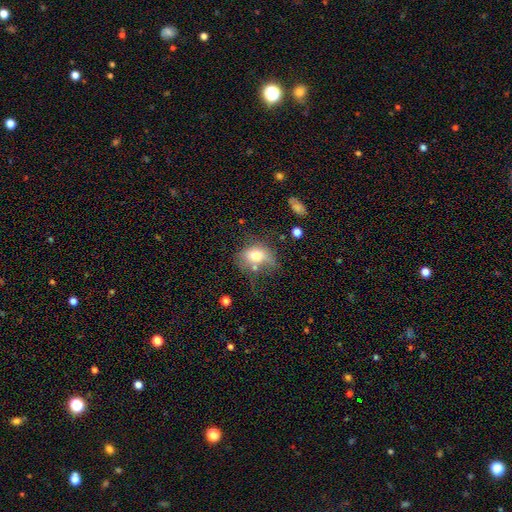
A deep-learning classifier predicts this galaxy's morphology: smooth 69%, featured or disk 21%, star or artifact 10%. Down the decision tree: how rounded — in between (69%); merging — none (32%).